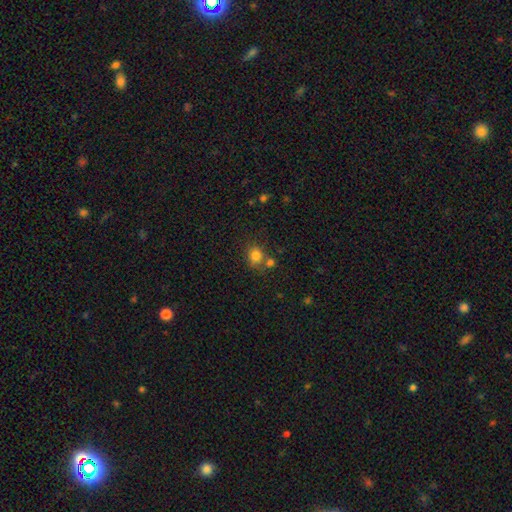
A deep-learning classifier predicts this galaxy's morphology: smooth_or_featured: smooth (p=0.81) [alt: star or artifact p=0.12]
how_rounded: round (p=0.71) [alt: in between p=0.28]
merging: none (p=0.61) [alt: merger p=0.22]